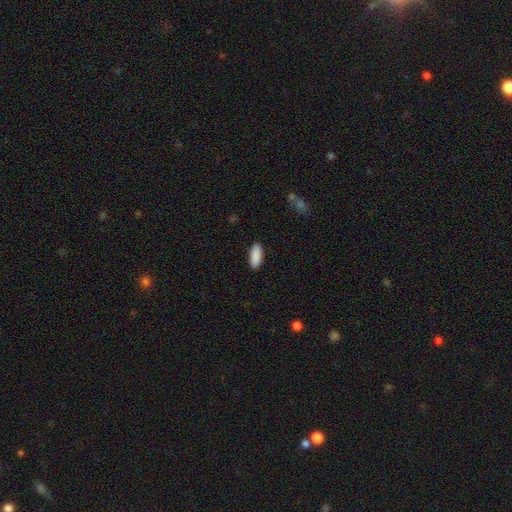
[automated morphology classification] This is clearly a smooth galaxy (91%). How rounded: likely in between (76%). Merging: clearly none (90%).